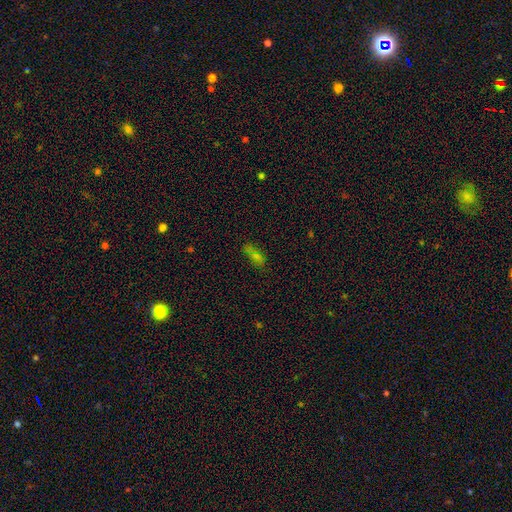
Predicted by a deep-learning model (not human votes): Smooth or featured: smooth — 52% (star or artifact — 28%)
How rounded: in between — 57% (cigar-shaped — 34%)
Merging: none — 68% (minor disturbance — 18%)